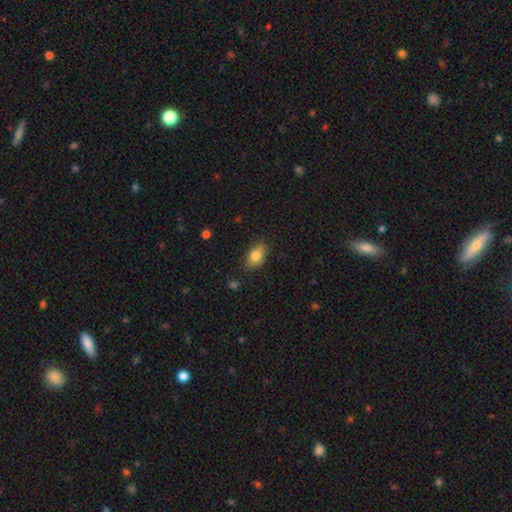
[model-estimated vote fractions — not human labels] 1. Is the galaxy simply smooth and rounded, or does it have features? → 82% smooth, 10% featured or disk, 9% star or artifact.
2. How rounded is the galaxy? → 83% in between, 15% round, 2% cigar-shaped.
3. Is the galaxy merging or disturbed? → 80% none, 16% minor disturbance, 3% major disturbance, 1% merger.